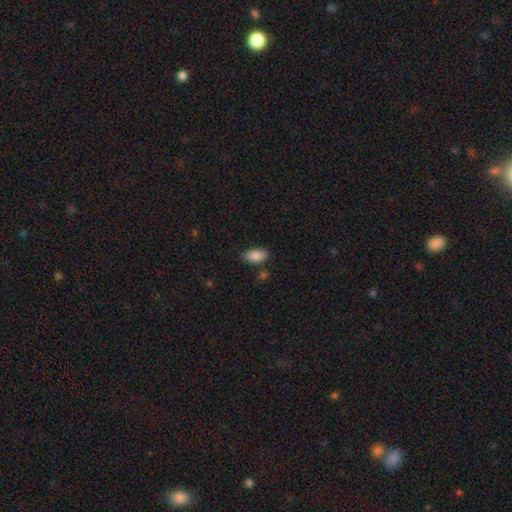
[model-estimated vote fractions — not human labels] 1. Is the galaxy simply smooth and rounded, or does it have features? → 85% smooth, 7% star or artifact, 7% featured or disk.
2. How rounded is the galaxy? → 92% in between, 4% cigar-shaped, 3% round.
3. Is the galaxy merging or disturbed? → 81% none, 13% minor disturbance, 4% merger, 3% major disturbance.